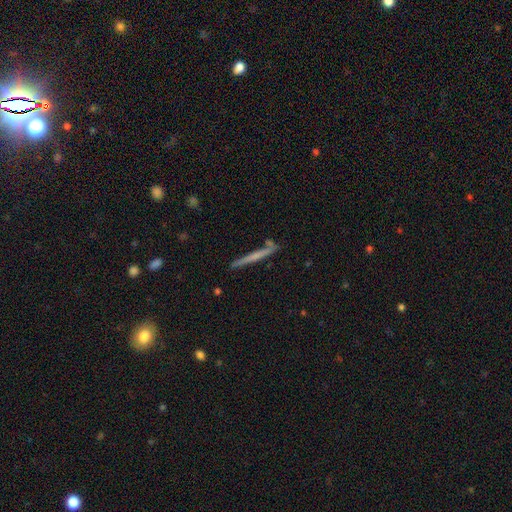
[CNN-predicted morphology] The model was most divided on "smooth or featured": featured or disk: 49%, smooth: 45%, star or artifact: 7%. More confident: merging — none (83%).